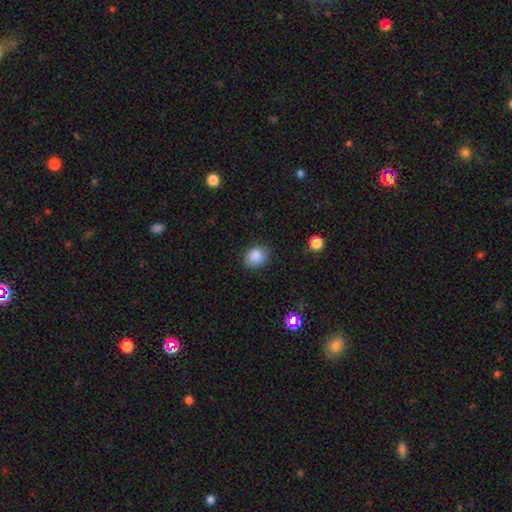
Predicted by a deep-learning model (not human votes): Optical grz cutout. It shows a smooth galaxy with no disk features (87%) that is round (66%). Merging: none (82%).